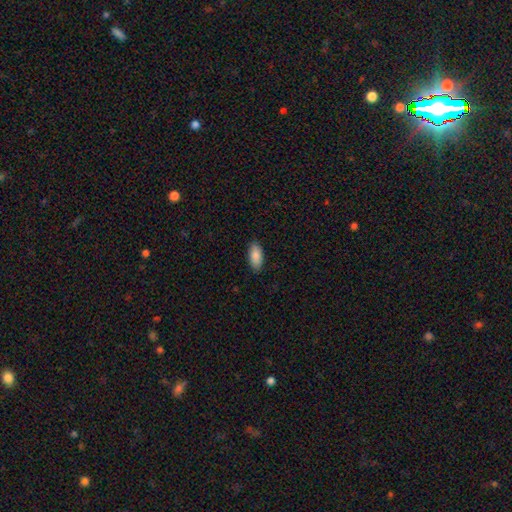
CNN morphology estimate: type=smooth (88%); roundness=in between (88%); merging=none (88%).